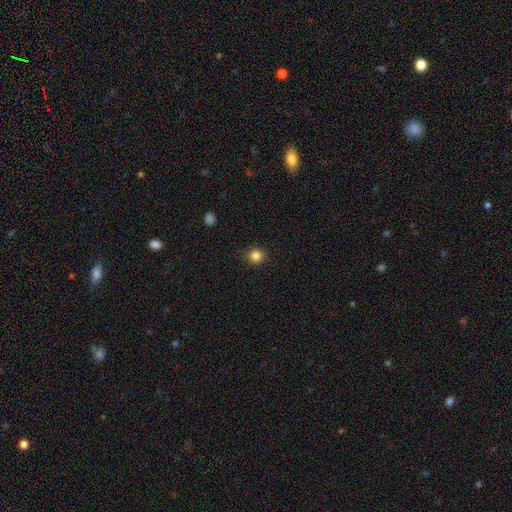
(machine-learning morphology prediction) smooth-or-featured: smooth: 84% | star or artifact: 11% | featured or disk: 4%
  how-rounded: round: 89% | in between: 10% | cigar-shaped: 1%
  merging: none: 91% | minor disturbance: 6% | major disturbance: 2% | merger: 1%